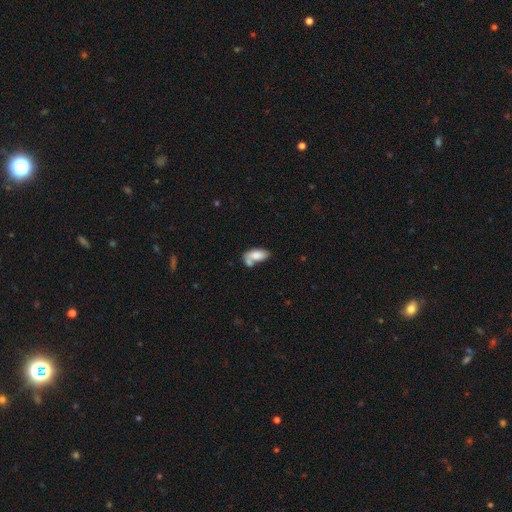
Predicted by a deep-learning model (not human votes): The model was most divided on "merging": merger: 42%, none: 33%, minor disturbance: 16%, major disturbance: 9%. More confident: how rounded — in between (91%); smooth or featured — smooth (78%).